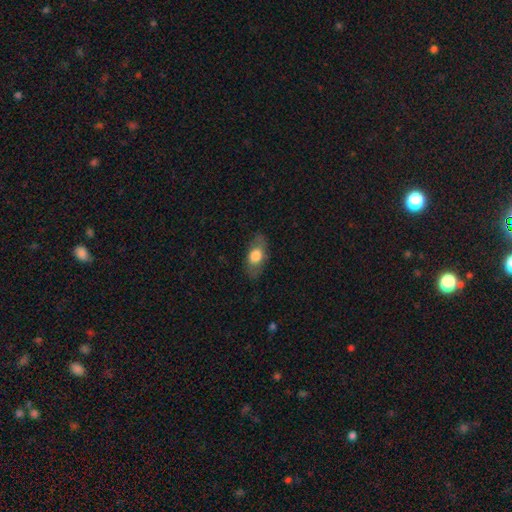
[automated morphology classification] smooth_or_featured: smooth (p=0.67) [alt: featured or disk p=0.27]
how_rounded: in between (p=0.82) [alt: round p=0.10]
merging: none (p=0.77) [alt: minor disturbance p=0.16]